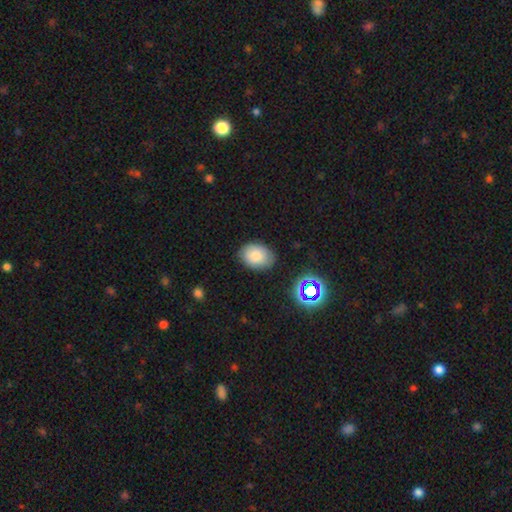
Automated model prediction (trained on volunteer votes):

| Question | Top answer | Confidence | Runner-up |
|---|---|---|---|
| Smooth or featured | smooth | 80% | star or artifact (10%) |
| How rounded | in between | 74% | round (26%) |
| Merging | none | 82% | minor disturbance (14%) |